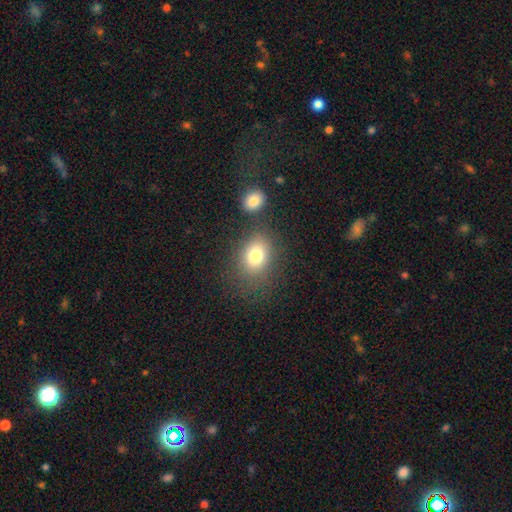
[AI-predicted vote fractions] Smooth or featured? smooth (78%)
How rounded? in between (67%)
Merging? none (68%)